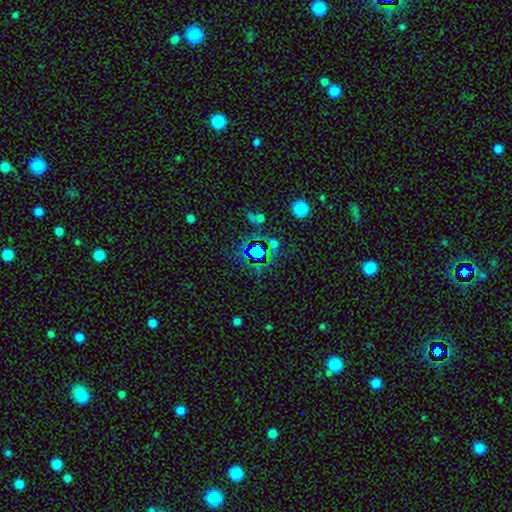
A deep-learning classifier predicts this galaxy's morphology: smooth-or-featured: star or artifact: 70% | smooth: 20% | featured or disk: 11%